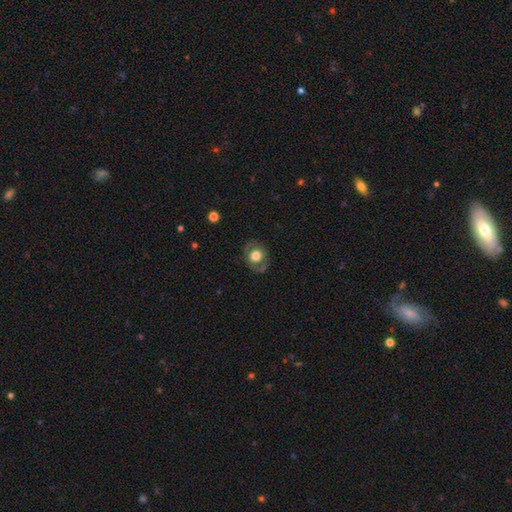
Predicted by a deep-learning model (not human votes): smooth_or_featured: smooth (p=0.58) [alt: featured or disk p=0.34]
how_rounded: round (p=0.60) [alt: in between p=0.39]
merging: none (p=0.77) [alt: minor disturbance p=0.15]